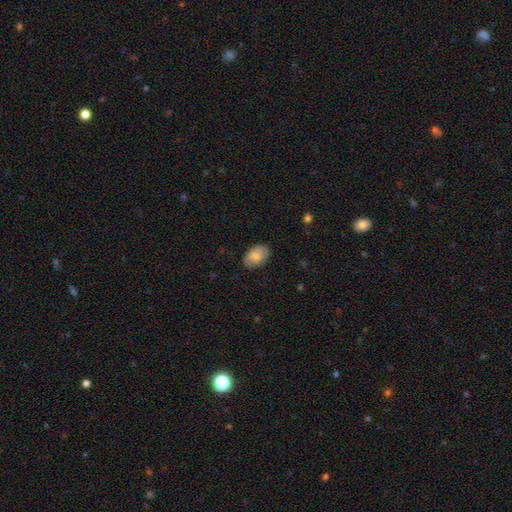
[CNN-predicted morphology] Q: Smooth or featured?
A: smooth (79%); runner-up: featured or disk (14%)
Q: How rounded?
A: in between (88%); runner-up: round (11%)
Q: Merging?
A: none (78%); runner-up: minor disturbance (17%)